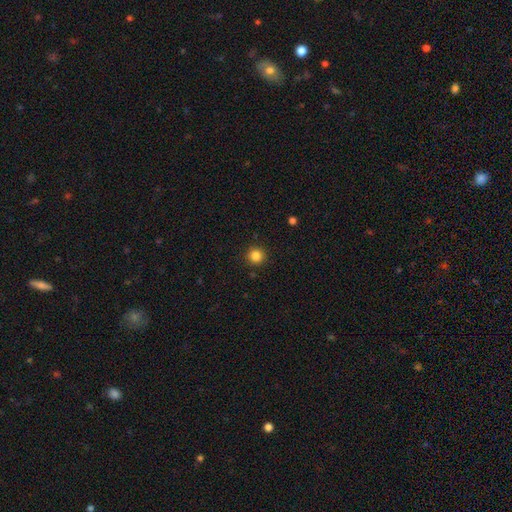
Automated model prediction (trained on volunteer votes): Smooth or featured?
  - smooth: 85% *
  - star or artifact: 12%
  - featured or disk: 4%
How rounded?
  - round: 94% *
  - in between: 5%
  - cigar-shaped: 1%
Merging?
  - none: 91% *
  - minor disturbance: 6%
  - major disturbance: 2%
  - merger: 1%